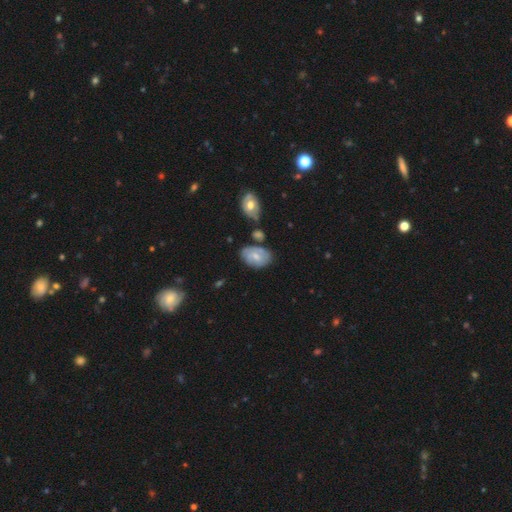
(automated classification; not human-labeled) A featured or disk galaxy (50%). Merging: none (59%).